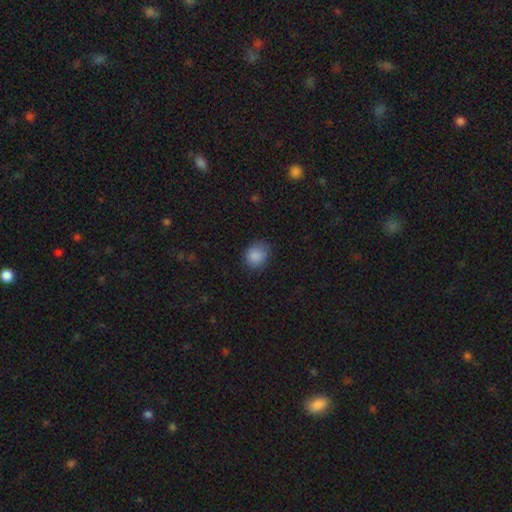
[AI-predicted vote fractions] Morphology: type=smooth (86%); roundness=round (67%); merging=none (74%).